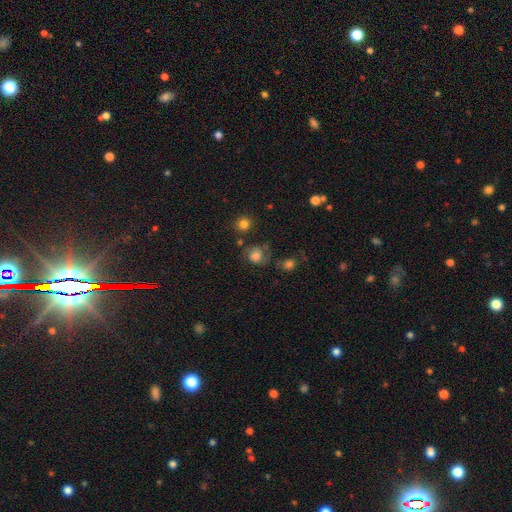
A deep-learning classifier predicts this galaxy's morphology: Smooth or featured?
  - smooth: 58% *
  - featured or disk: 30%
  - star or artifact: 13%
How rounded?
  - round: 73% *
  - in between: 26%
  - cigar-shaped: 1%
Merging?
  - none: 52% *
  - minor disturbance: 23%
  - major disturbance: 18%
  - merger: 7%